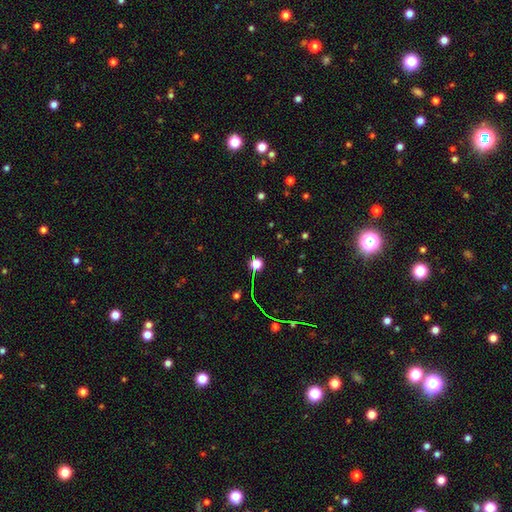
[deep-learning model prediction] This is likely a star or artifact rather than a galaxy (66%).